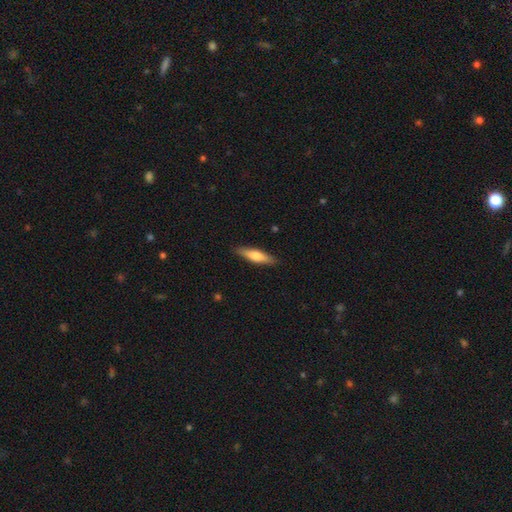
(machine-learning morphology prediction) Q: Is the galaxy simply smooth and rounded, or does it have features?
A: smooth — 64%.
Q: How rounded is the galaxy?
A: cigar-shaped — 72%.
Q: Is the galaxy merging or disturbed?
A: none — 88%.